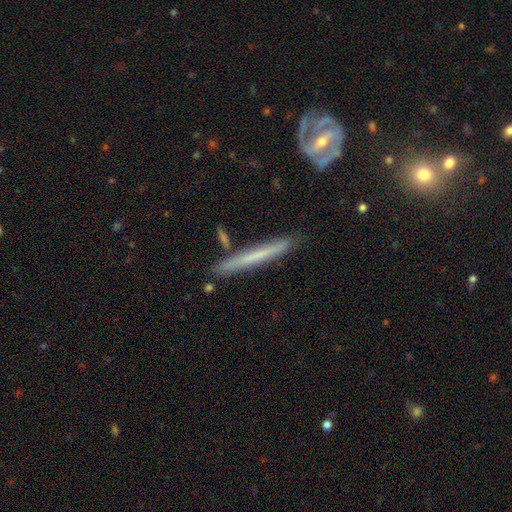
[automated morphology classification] This is possibly a featured or disk galaxy (47%, tied with smooth). Merging: clearly none (84%).